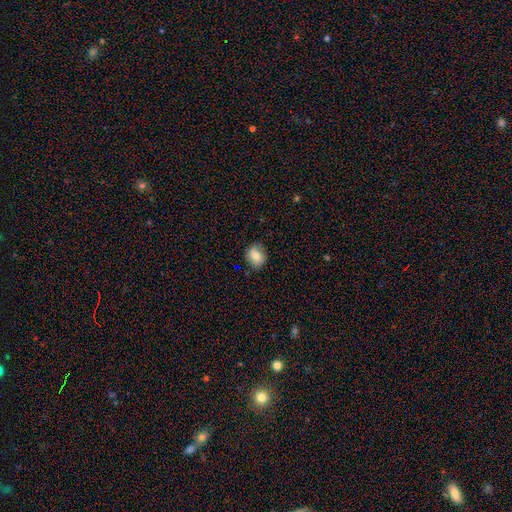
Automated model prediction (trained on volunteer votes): This is likely a smooth galaxy (77%). How rounded: possibly round (53%). Merging: clearly none (81%).